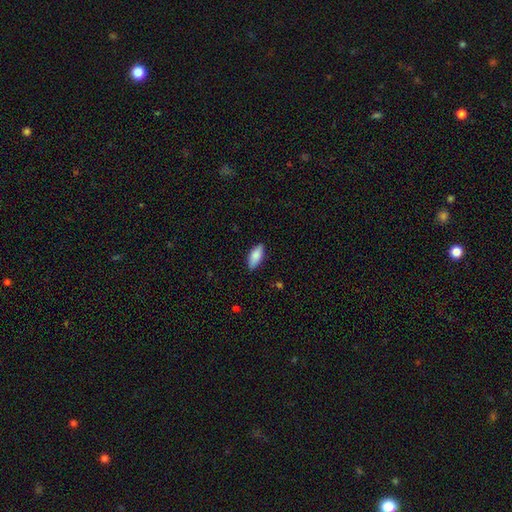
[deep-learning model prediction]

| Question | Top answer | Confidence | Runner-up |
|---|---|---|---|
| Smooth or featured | smooth | 84% | featured or disk (10%) |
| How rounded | in between | 84% | cigar-shaped (14%) |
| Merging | none | 85% | minor disturbance (12%) |